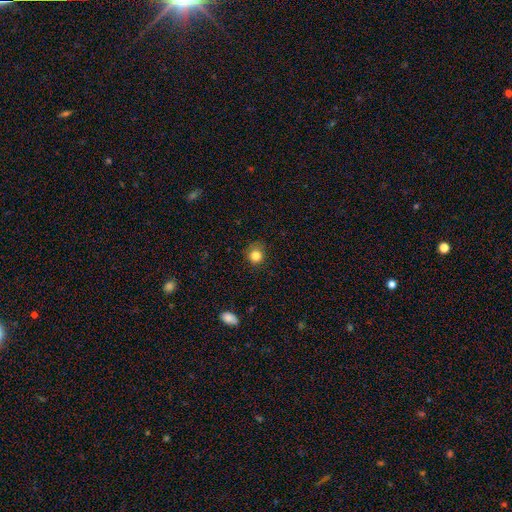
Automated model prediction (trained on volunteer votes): This is clearly a smooth galaxy (84%). How rounded: clearly round (87%). Merging: likely none (79%).